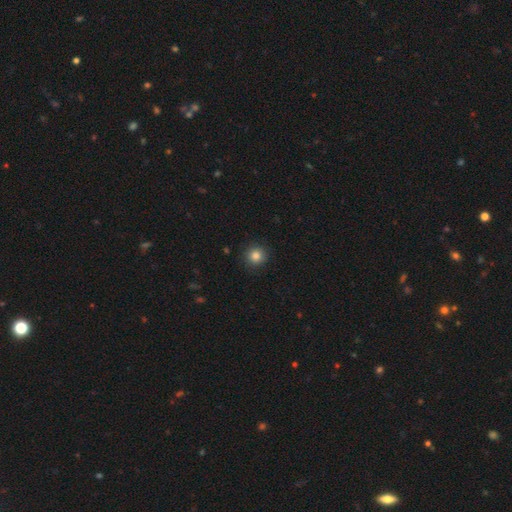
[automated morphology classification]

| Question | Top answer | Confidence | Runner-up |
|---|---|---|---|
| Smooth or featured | smooth | 84% | star or artifact (11%) |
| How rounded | round | 94% | in between (5%) |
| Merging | none | 91% | minor disturbance (6%) |